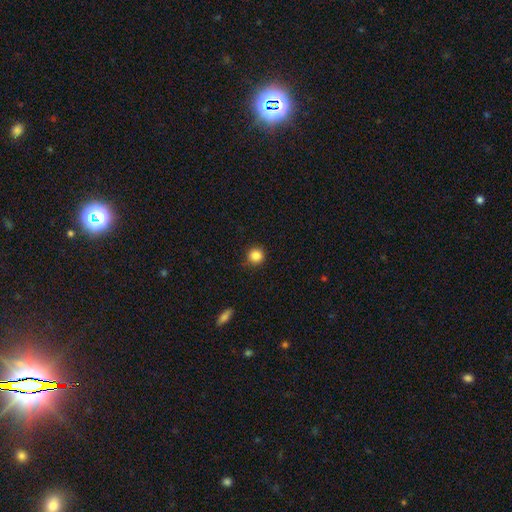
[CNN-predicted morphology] type=smooth (86%); roundness=round (94%); merging=none (87%).